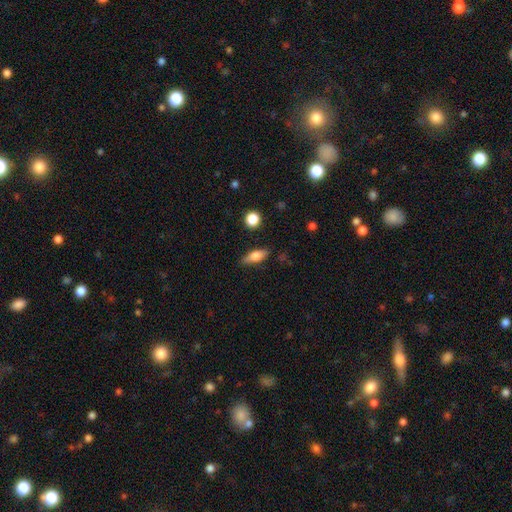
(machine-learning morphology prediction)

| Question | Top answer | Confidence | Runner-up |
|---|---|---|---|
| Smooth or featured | smooth | 72% | featured or disk (20%) |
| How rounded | in between | 68% | cigar-shaped (27%) |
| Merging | none | 78% | minor disturbance (17%) |